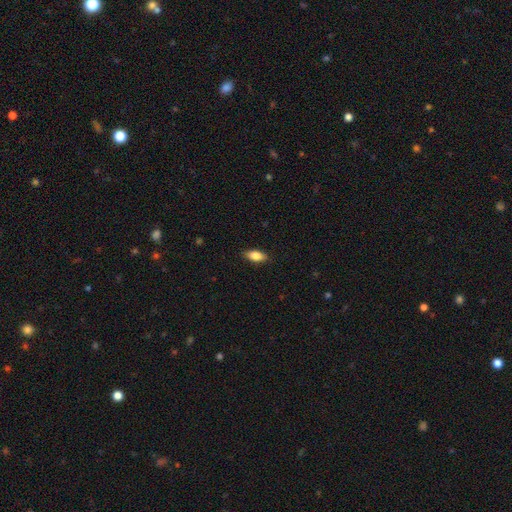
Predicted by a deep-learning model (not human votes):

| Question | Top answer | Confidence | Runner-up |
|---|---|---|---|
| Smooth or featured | smooth | 84% | featured or disk (9%) |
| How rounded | in between | 86% | cigar-shaped (11%) |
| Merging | none | 87% | minor disturbance (10%) |